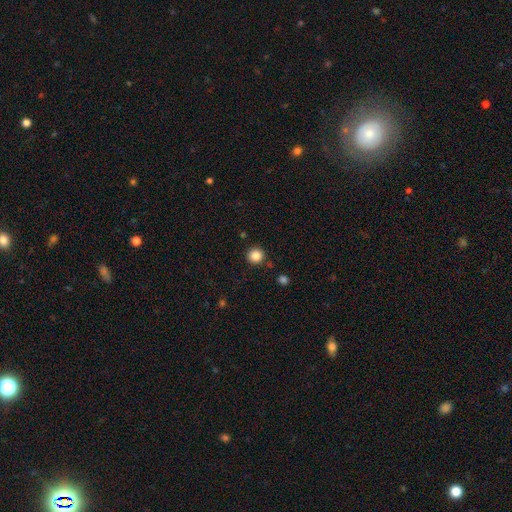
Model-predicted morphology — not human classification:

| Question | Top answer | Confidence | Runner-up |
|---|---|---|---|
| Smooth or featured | smooth | 86% | star or artifact (11%) |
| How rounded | round | 93% | in between (6%) |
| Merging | none | 89% | minor disturbance (6%) |